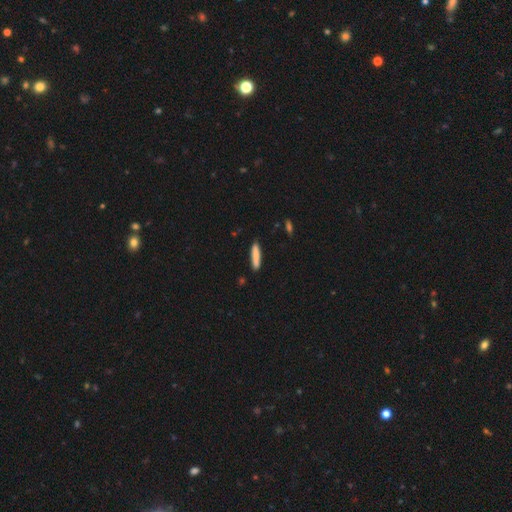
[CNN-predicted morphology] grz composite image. It shows a smooth galaxy with no disk features (81%) that is cigar-shaped (88%). Merging: none (86%).